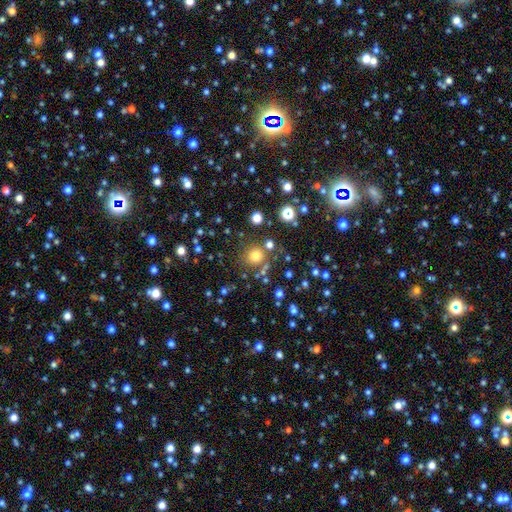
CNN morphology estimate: type=smooth (73%); roundness=round (90%); merging=none (77%).